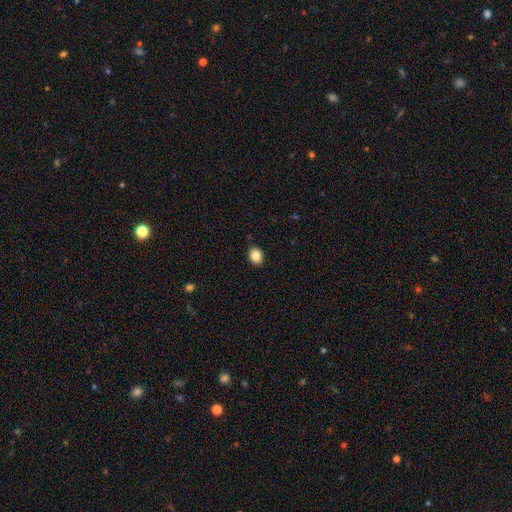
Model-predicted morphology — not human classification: A smooth galaxy with no disk features (86%) that is in between round and cigar-shaped (58%). Merging: none (90%).